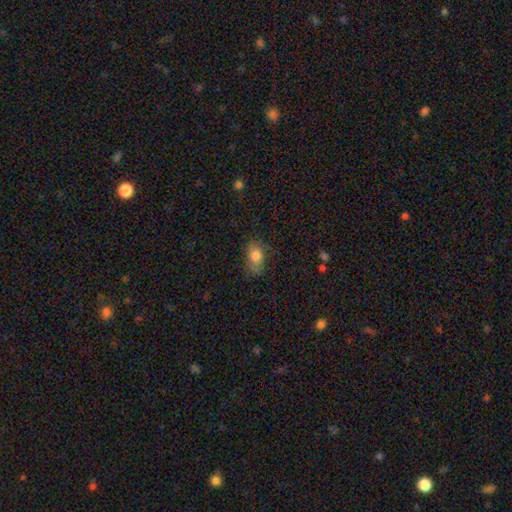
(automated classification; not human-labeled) This is clearly a smooth galaxy (80%). How rounded: likely in between (80%). Merging: likely none (67%).